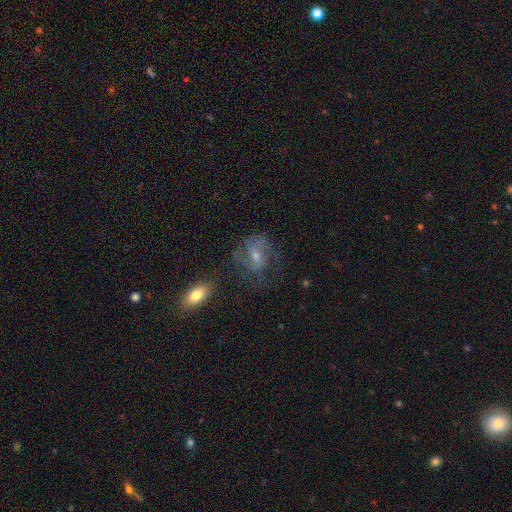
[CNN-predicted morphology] Overall: featured or disk (63%; smooth 24%). Edge-on disk: no (95%). Bar: no (44%; weak 42%). Spiral arms: yes (75%). Bulge size: small (53%; moderate 40%). Merging: none (55%; minor disturbance 22%).